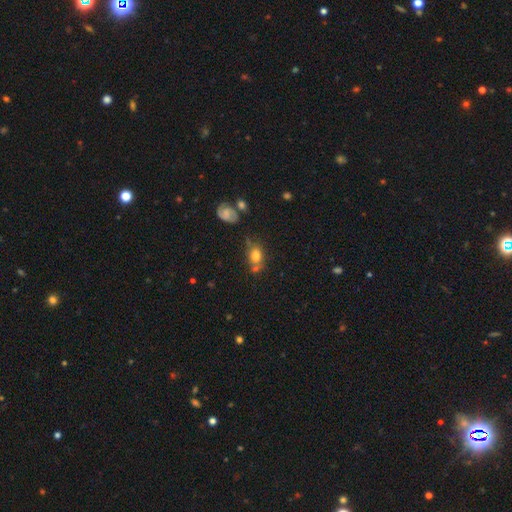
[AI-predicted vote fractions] smooth 74%, featured or disk 16%, star or artifact 11%. Down the decision tree: how rounded — in between (62%); merging — none (51%).